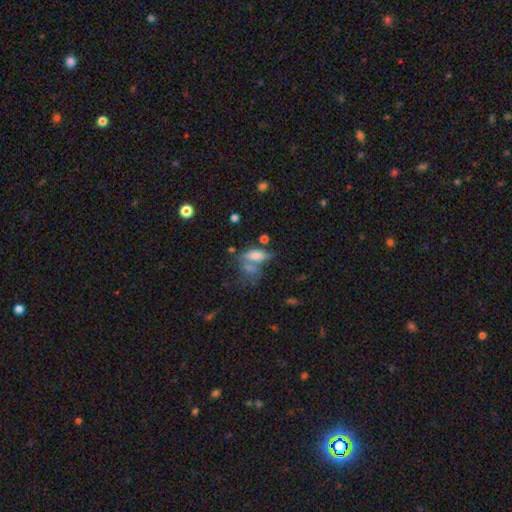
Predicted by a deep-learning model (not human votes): smooth_or_featured: smooth (p=0.70) [alt: featured or disk p=0.18]
how_rounded: in between (p=0.76) [alt: cigar-shaped p=0.18]
merging: merger (p=0.39) [alt: none p=0.33]